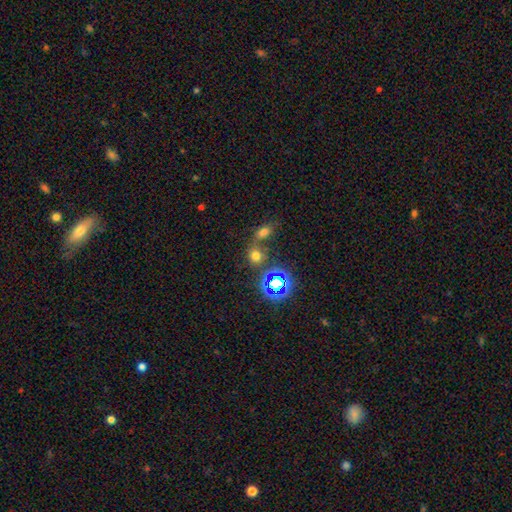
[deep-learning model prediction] The model was most divided on "merging": none: 55%, merger: 32%, minor disturbance: 9%, major disturbance: 4%. More confident: how rounded — round (68%); smooth or featured — smooth (62%).